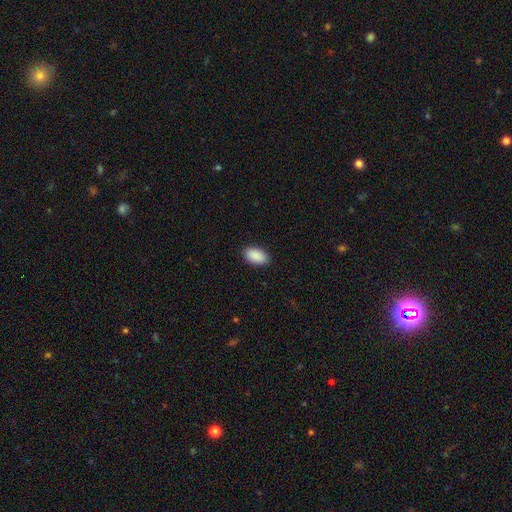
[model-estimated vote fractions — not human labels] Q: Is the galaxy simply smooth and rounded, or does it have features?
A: smooth — 91%.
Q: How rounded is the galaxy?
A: in between — 95%.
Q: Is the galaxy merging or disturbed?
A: none — 89%.